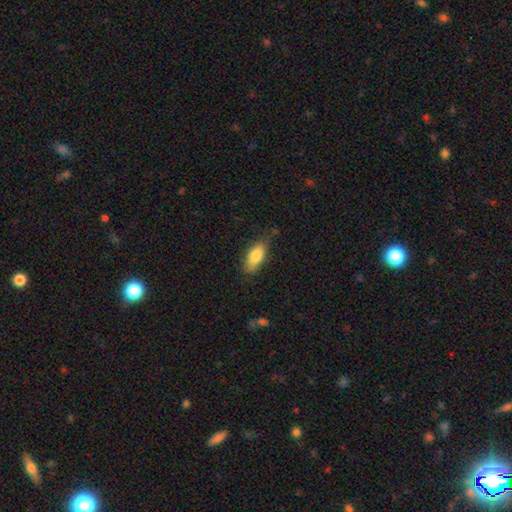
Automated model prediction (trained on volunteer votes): Smooth or featured?
  - smooth: 82% *
  - featured or disk: 11%
  - star or artifact: 7%
How rounded?
  - in between: 82% *
  - cigar-shaped: 15%
  - round: 3%
Merging?
  - none: 71% *
  - minor disturbance: 22%
  - major disturbance: 5%
  - merger: 2%